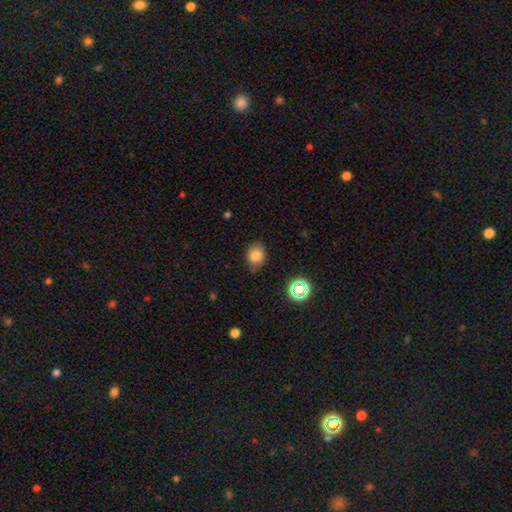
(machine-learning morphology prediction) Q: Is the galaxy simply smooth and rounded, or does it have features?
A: smooth — 79%.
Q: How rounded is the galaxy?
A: in between — 59%.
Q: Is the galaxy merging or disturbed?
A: none — 73%.